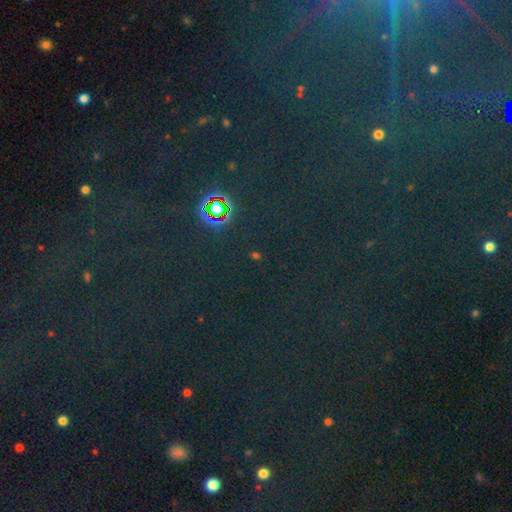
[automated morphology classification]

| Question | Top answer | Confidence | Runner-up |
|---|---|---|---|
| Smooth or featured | star or artifact | 79% | smooth (13%) |